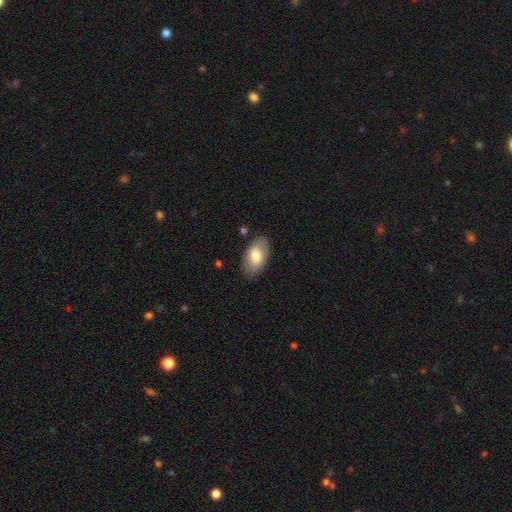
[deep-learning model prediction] Smooth or featured? smooth (71%)
How rounded? in between (94%)
Merging? none (81%)